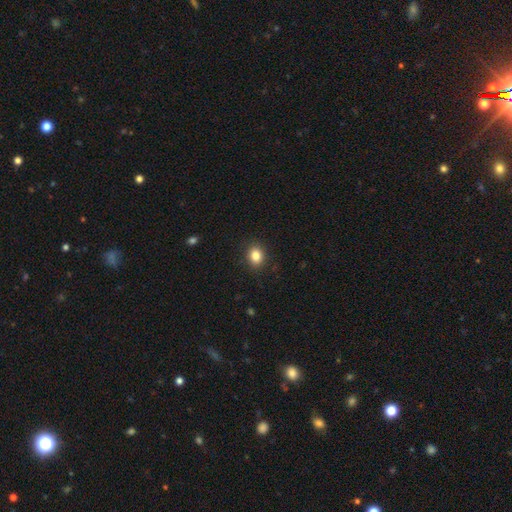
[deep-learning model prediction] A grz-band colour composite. It shows a smooth galaxy with no disk features (84%) that is round (55%). Merging: none (90%).